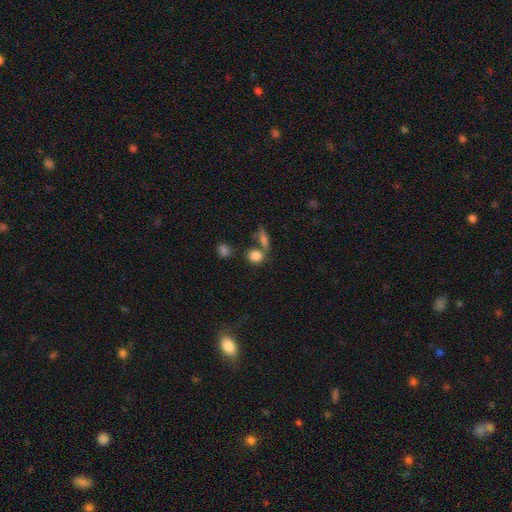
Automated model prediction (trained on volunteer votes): The model was most divided on "merging": none: 56%, merger: 27%, minor disturbance: 12%, major disturbance: 5%. More confident: smooth or featured — smooth (82%); how rounded — round (66%).